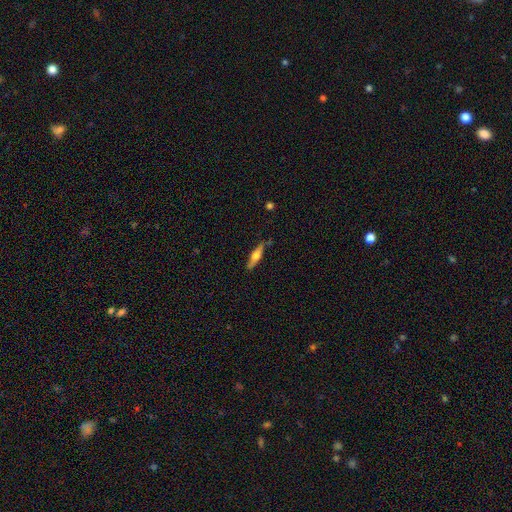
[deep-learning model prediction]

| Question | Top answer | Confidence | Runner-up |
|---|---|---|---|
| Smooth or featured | featured or disk | 53% | smooth (41%) |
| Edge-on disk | yes | 92% | no (8%) |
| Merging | none | 83% | minor disturbance (12%) |